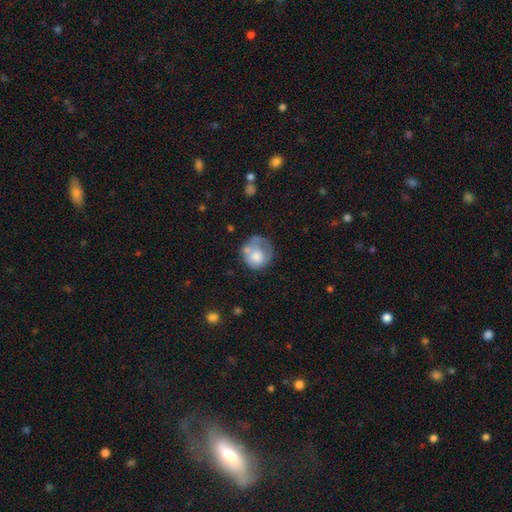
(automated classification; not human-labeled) This is likely a smooth galaxy (65%). How rounded: likely round (80%). Merging: marginally none (43%).